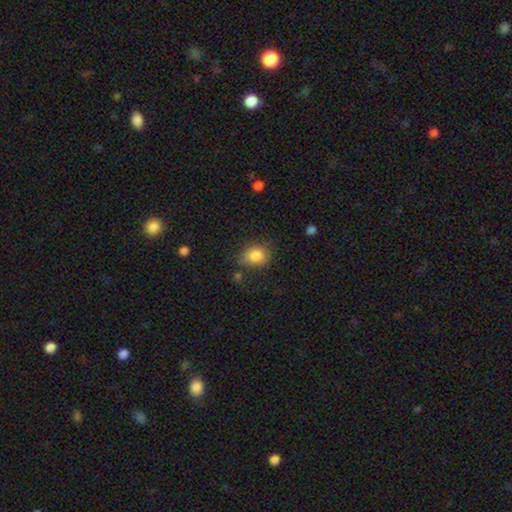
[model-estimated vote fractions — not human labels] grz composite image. It shows a smooth galaxy with no disk features (83%) that is round (56%). Merging: none (65%).